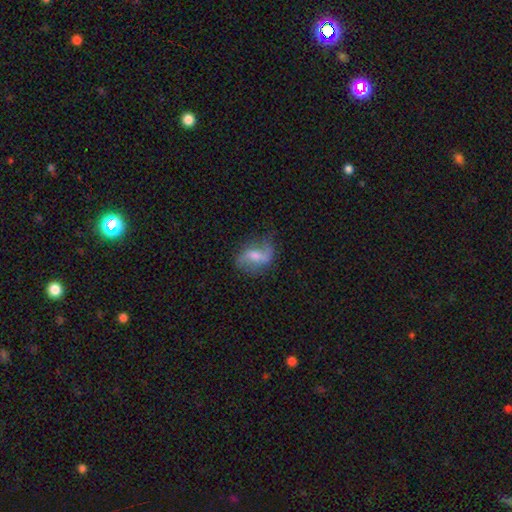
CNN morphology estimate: A featured or disk galaxy (69%) with a weak bar (45%), 2 (87%) loose (75%) spiral arms (89%) and a moderate central bulge (48%). Merging: none (68%).